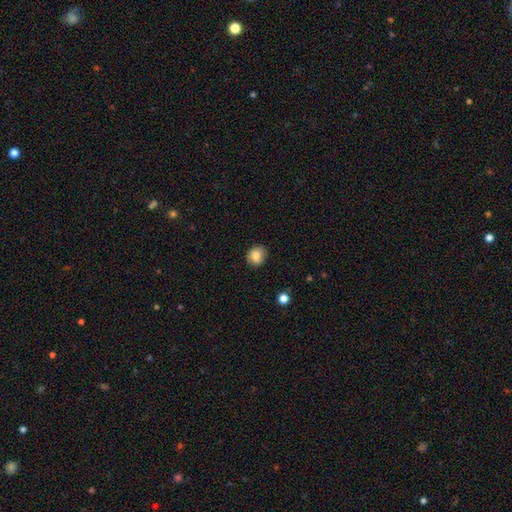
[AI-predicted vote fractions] smooth_or_featured: smooth (p=0.81) [alt: featured or disk p=0.10]
how_rounded: round (p=0.73) [alt: in between p=0.27]
merging: none (p=0.85) [alt: minor disturbance p=0.12]